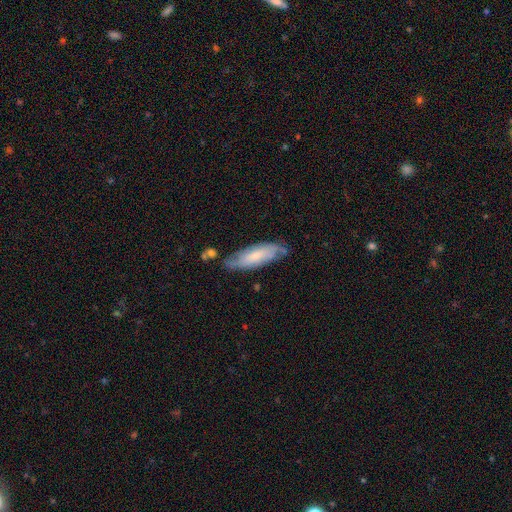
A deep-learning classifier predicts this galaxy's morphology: smooth_or_featured: smooth (p=0.52) [alt: featured or disk p=0.41]
how_rounded: cigar-shaped (p=0.50) [alt: in between p=0.48]
merging: none (p=0.69) [alt: minor disturbance p=0.21]